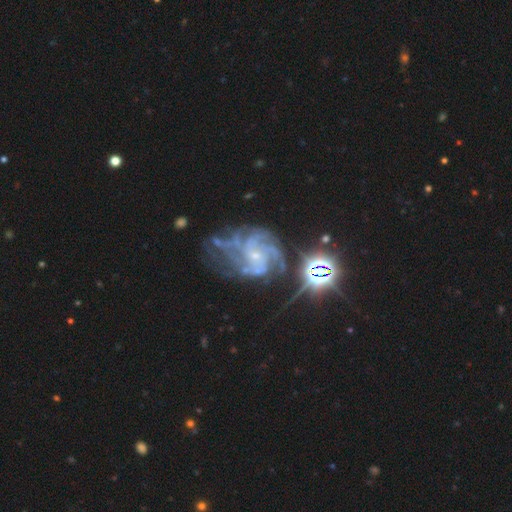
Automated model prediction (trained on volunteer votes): smooth_or_featured: featured or disk (p=0.83) [alt: star or artifact p=0.12]
disk_edge_on: no (p=0.98) [alt: yes p=0.02]
bar: no (p=0.68) [alt: weak p=0.25]
has_spiral_arms: yes (p=0.97) [alt: no p=0.03]
spiral_winding: tight (p=0.49) [alt: medium p=0.41]
spiral_arm_count: 4 (p=0.26) [alt: can't tell p=0.22]
bulge_size: small (p=0.77) [alt: moderate p=0.14]
merging: none (p=0.49) [alt: major disturbance p=0.24]